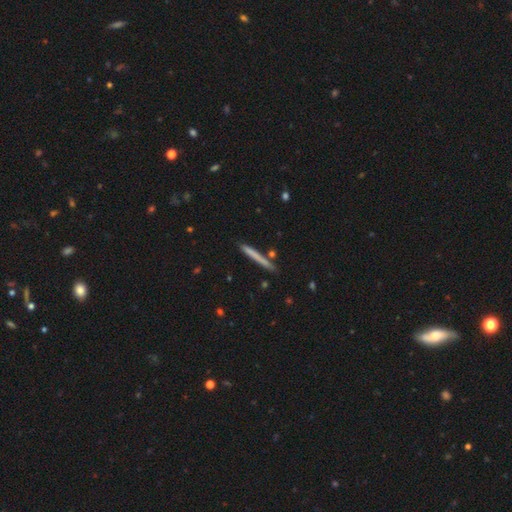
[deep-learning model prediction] Smooth or featured? smooth (64%)
How rounded? cigar-shaped (97%)
Merging? none (86%)